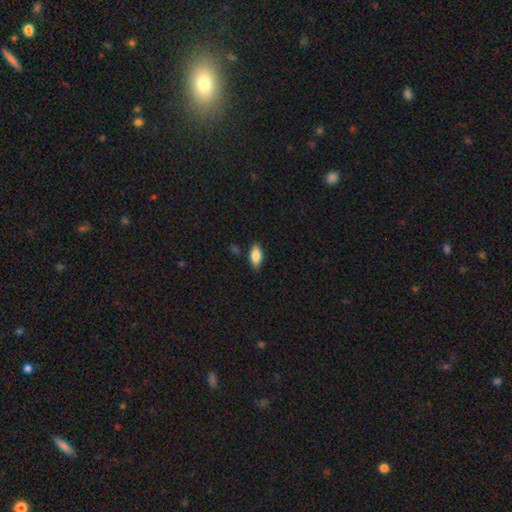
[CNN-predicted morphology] Smooth or featured? smooth (83%)
How rounded? in between (86%)
Merging? none (81%)